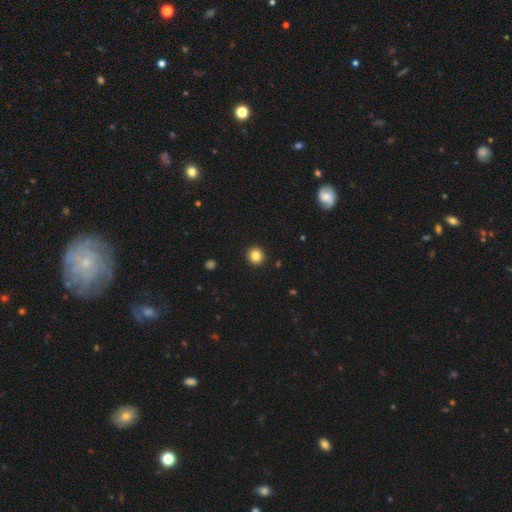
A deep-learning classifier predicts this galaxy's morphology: Smooth or featured? Predicted: smooth (p=0.84). How rounded? Predicted: round (p=0.92). Merging? Predicted: none (p=0.93).